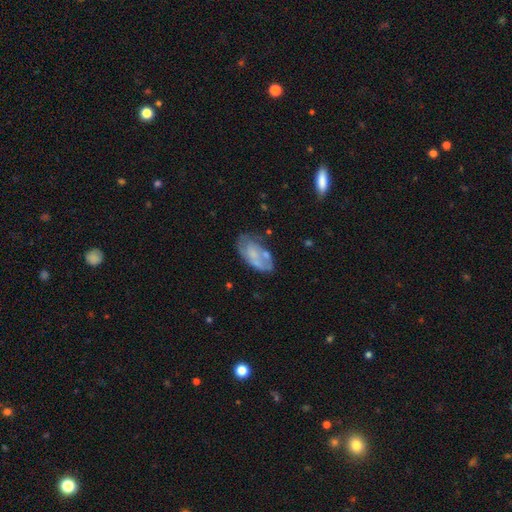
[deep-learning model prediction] A featured or disk galaxy (49%).

Vote fractions:
- Smooth or featured? featured or disk: 49% / smooth: 43% / star or artifact: 8%
- Merging? none: 51% / minor disturbance: 27% / major disturbance: 13% / merger: 9%